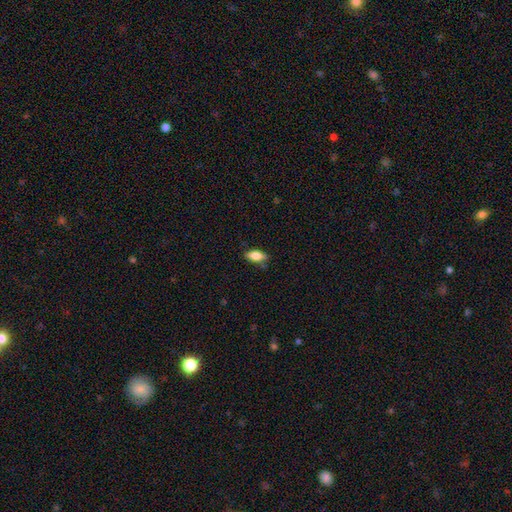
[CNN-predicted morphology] smooth-or-featured: smooth: 79% | featured or disk: 14% | star or artifact: 7%
  how-rounded: in between: 86% | cigar-shaped: 10% | round: 4%
  merging: none: 77% | minor disturbance: 18% | major disturbance: 3% | merger: 2%